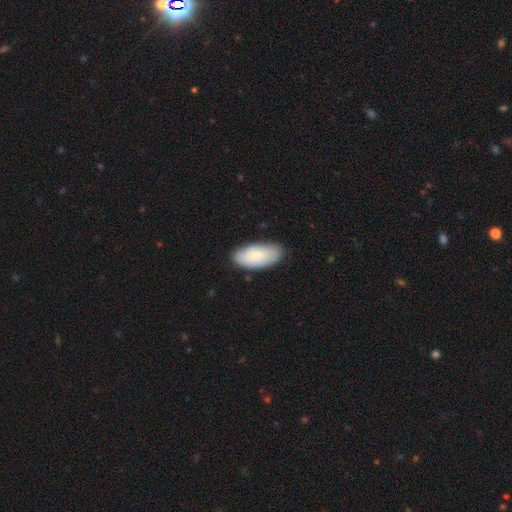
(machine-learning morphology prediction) smooth_or_featured: smooth (p=0.77) [alt: featured or disk p=0.17]
how_rounded: in between (p=0.93) [alt: cigar-shaped p=0.05]
merging: none (p=0.83) [alt: minor disturbance p=0.14]